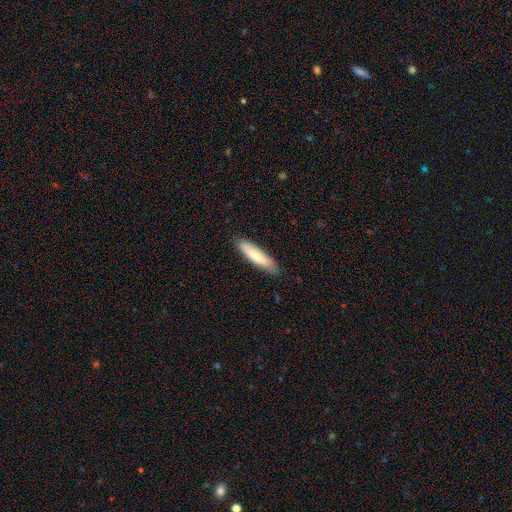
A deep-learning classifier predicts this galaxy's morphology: smooth_or_featured: smooth (p=0.75) [alt: featured or disk p=0.20]
how_rounded: cigar-shaped (p=0.77) [alt: in between p=0.21]
merging: none (p=0.85) [alt: minor disturbance p=0.12]